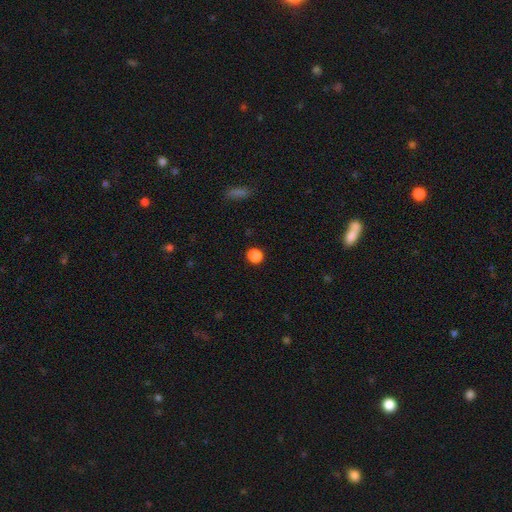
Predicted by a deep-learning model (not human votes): This is clearly a smooth galaxy (86%). How rounded: clearly round (84%). Merging: clearly none (91%).